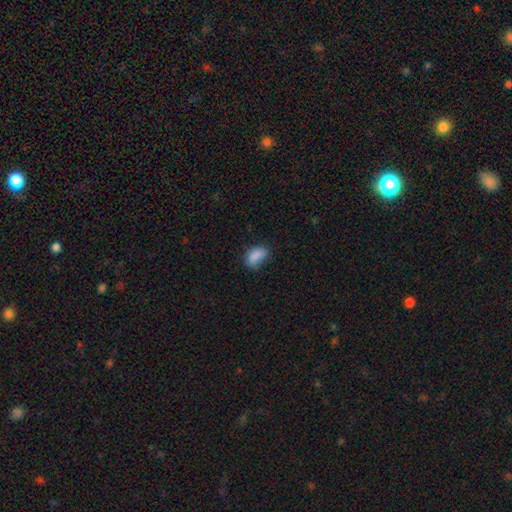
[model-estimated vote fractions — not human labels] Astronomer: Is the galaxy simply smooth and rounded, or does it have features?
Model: smooth — 85%.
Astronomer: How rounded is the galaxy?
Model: in between — 90%.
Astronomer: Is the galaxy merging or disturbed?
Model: none — 56% (runner-up: minor disturbance, 31%).